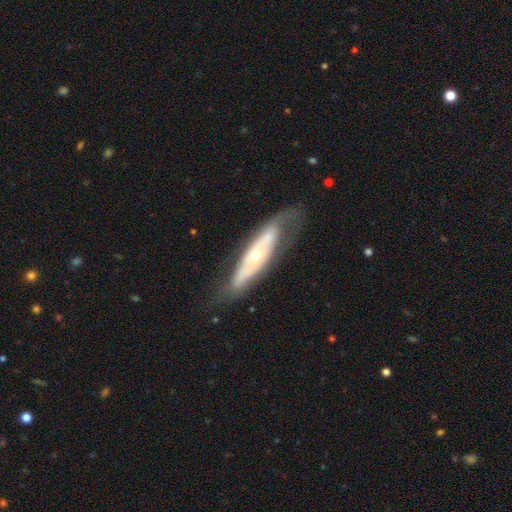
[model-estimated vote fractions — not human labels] Smooth or featured? featured or disk (65%)
Edge-on disk? no (64%)
Merging? none (57%)